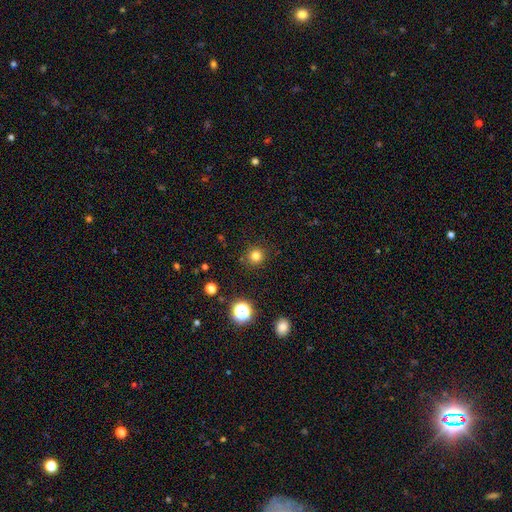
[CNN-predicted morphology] smooth_or_featured: smooth (p=0.79) [alt: star or artifact p=0.15]
how_rounded: round (p=0.93) [alt: in between p=0.06]
merging: none (p=0.89) [alt: minor disturbance p=0.07]